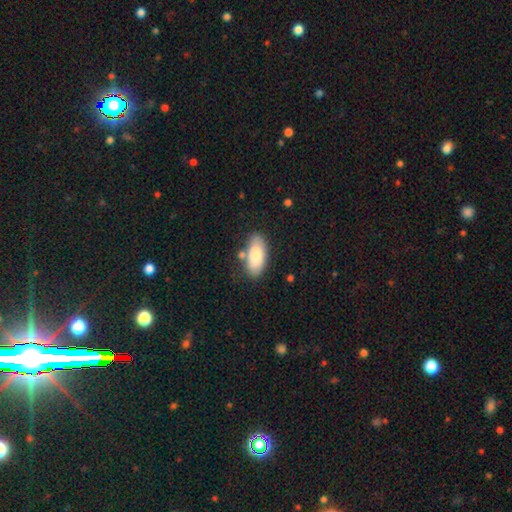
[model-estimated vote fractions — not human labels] Smooth or featured? Predicted: smooth (p=0.79). How rounded? Predicted: in between (p=0.90). Merging? Predicted: none (p=0.71).